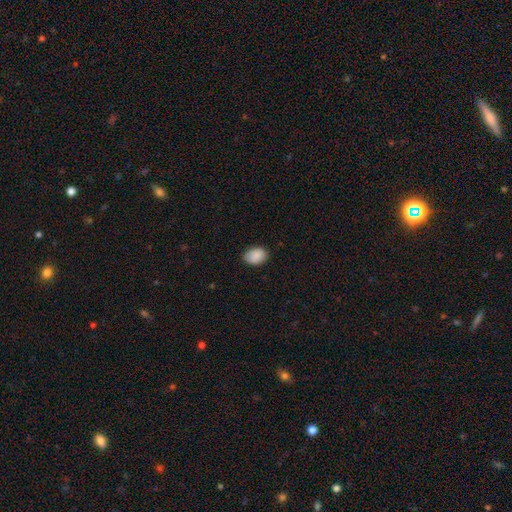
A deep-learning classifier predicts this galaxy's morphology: Q: Smooth or featured?
A: smooth (89%); runner-up: star or artifact (7%)
Q: How rounded?
A: in between (76%); runner-up: round (23%)
Q: Merging?
A: none (82%); runner-up: minor disturbance (14%)